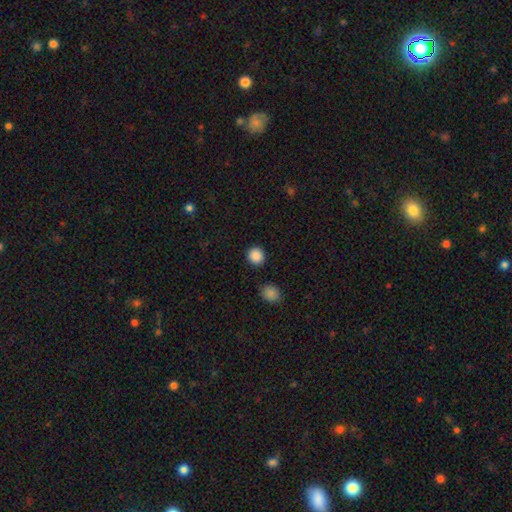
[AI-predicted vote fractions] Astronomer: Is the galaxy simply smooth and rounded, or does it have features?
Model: smooth — 88%.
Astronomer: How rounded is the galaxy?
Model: round — 91%.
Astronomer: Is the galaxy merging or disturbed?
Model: none — 90%.